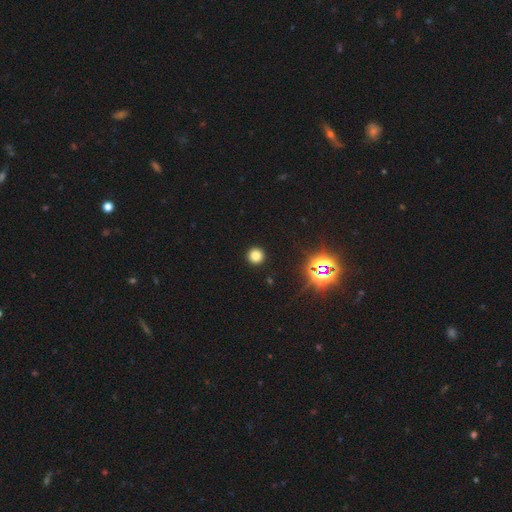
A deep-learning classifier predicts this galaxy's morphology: type=smooth (76%); roundness=round (95%); merging=none (93%).